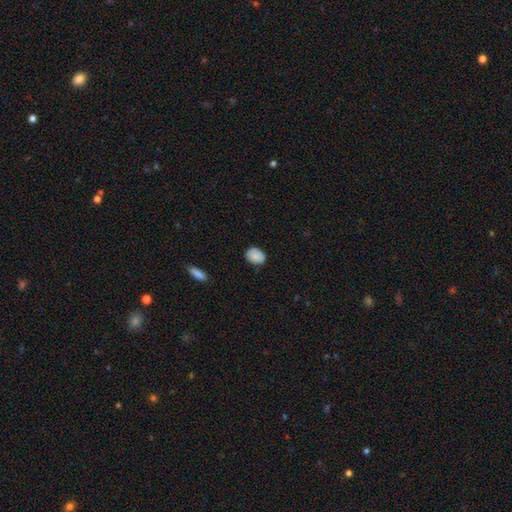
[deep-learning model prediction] A smooth galaxy with no disk features (88%) that is in between round and cigar-shaped (68%). Merging: none (82%).